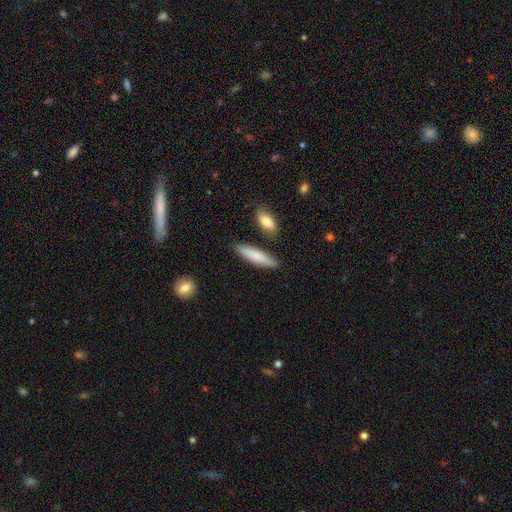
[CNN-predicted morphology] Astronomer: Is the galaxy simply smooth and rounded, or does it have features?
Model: smooth — 82%.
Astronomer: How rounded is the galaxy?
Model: cigar-shaped — 74%.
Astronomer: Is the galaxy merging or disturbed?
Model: none — 84%.